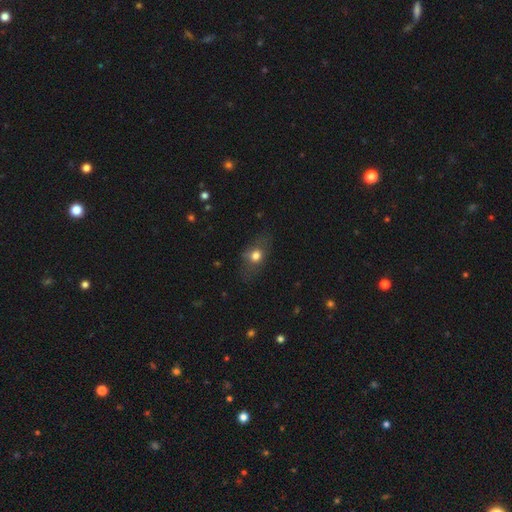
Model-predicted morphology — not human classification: This is likely a smooth galaxy (68%). How rounded: likely in between (61%). Merging: likely none (68%).